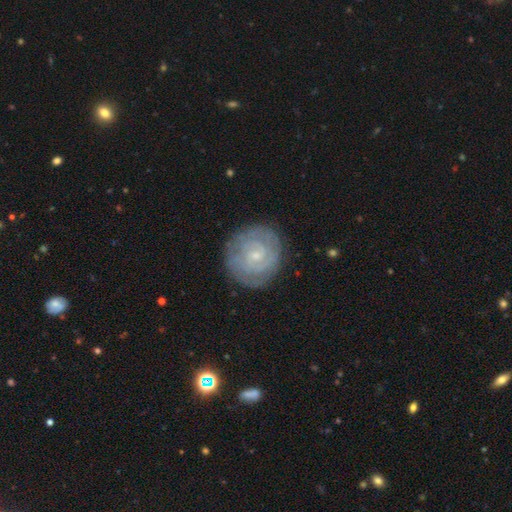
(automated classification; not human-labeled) The model was most divided on "spiral arm count": can't tell: 34%, 2: 30%, 3: 16%, 4: 9%, 1: 5%, more than 4: 5%. More confident: edge-on disk — no (98%); spiral arms — yes (93%); merging — none (83%); spiral winding — tight (80%); smooth or featured — featured or disk (78%); bulge size — small (77%); bar — no (59%).